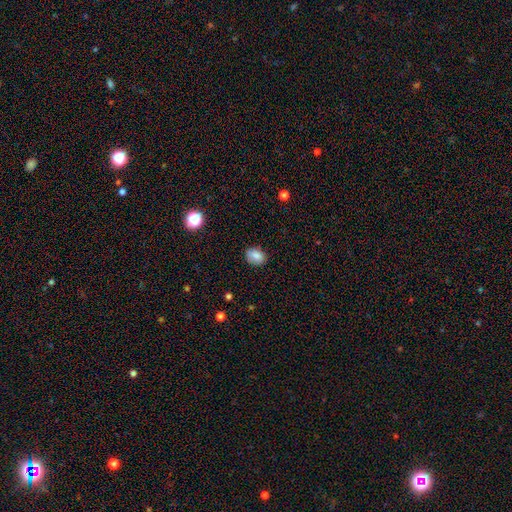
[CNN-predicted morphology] Q: Smooth or featured?
A: smooth (83%); runner-up: star or artifact (9%)
Q: How rounded?
A: in between (66%); runner-up: round (33%)
Q: Merging?
A: none (81%); runner-up: minor disturbance (15%)